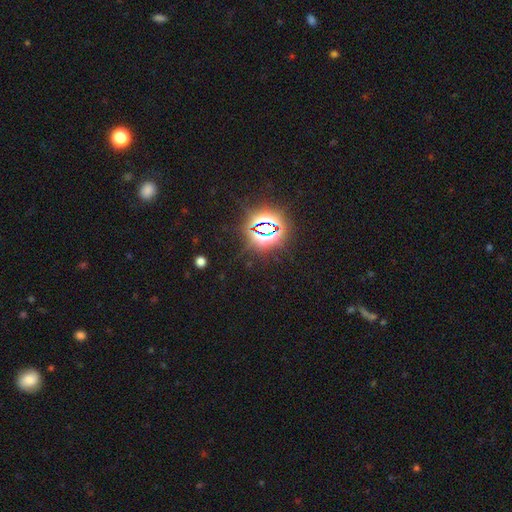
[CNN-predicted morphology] Smooth or featured: star or artifact — 80% (smooth — 14%)